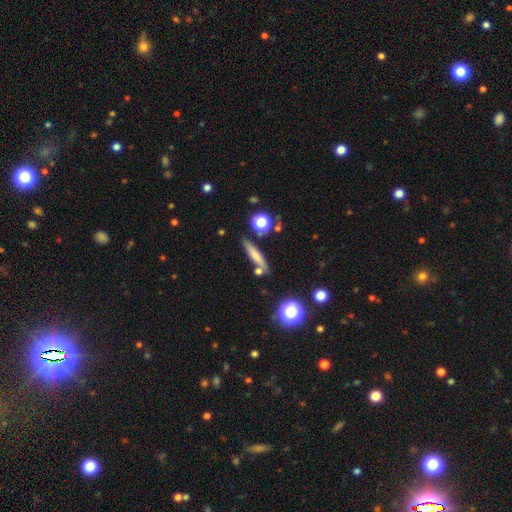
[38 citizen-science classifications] smooth 63%, featured or disk 32%, star or artifact 5%. Down the decision tree: how rounded — cigar-shaped (100%); merging — none (78%).